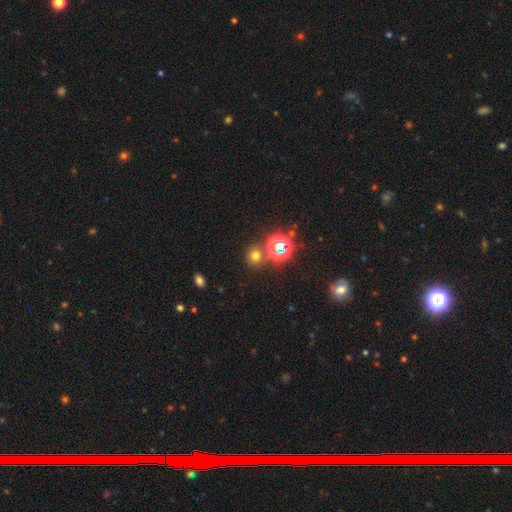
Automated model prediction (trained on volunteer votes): smooth_or_featured: smooth (p=0.61) [alt: star or artifact p=0.31]
how_rounded: round (p=0.84) [alt: in between p=0.15]
merging: none (p=0.76) [alt: merger p=0.12]